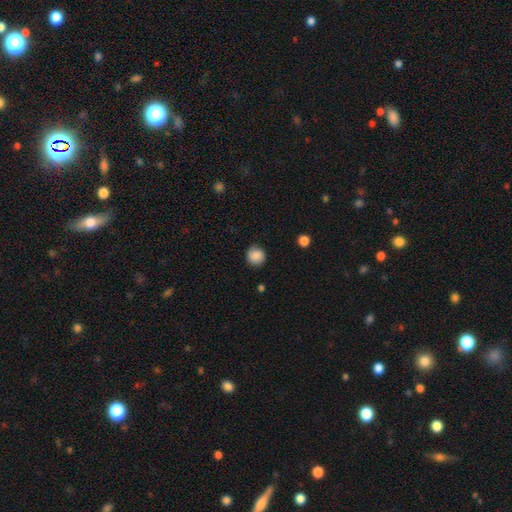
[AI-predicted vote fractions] smooth_or_featured: smooth (p=0.86) [alt: star or artifact p=0.09]
how_rounded: round (p=0.92) [alt: in between p=0.07]
merging: none (p=0.88) [alt: minor disturbance p=0.09]